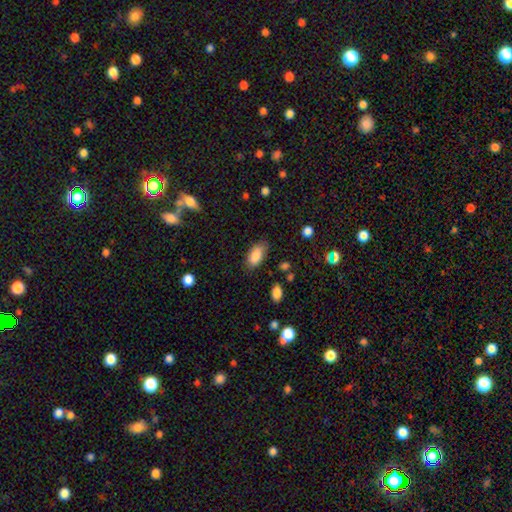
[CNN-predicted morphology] smooth-or-featured: smooth: 85% | featured or disk: 8% | star or artifact: 7%
  how-rounded: in between: 93% | cigar-shaped: 4% | round: 3%
  merging: none: 78% | minor disturbance: 16% | major disturbance: 4% | merger: 2%